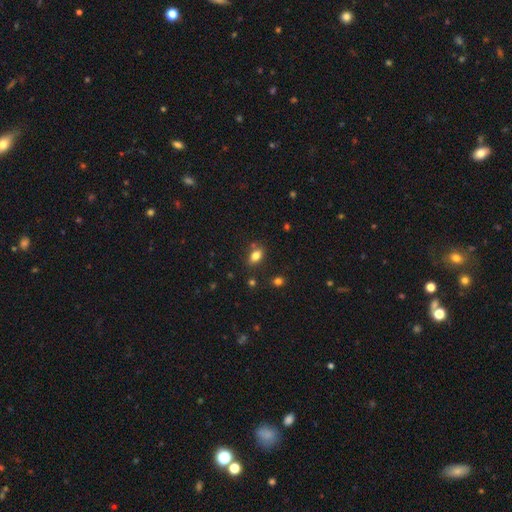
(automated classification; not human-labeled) Smooth or featured?
  - smooth: 80% *
  - star or artifact: 11%
  - featured or disk: 9%
How rounded?
  - in between: 84% *
  - round: 11%
  - cigar-shaped: 4%
Merging?
  - none: 76% *
  - minor disturbance: 13%
  - merger: 8%
  - major disturbance: 3%